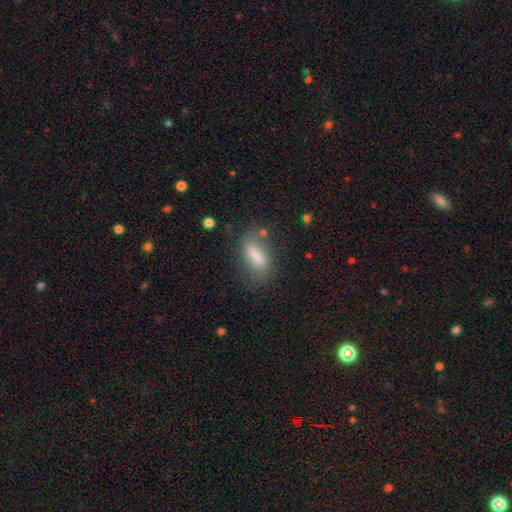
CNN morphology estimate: A smooth galaxy with no disk features (74%) that is in between round and cigar-shaped (68%). Merging: none (68%).